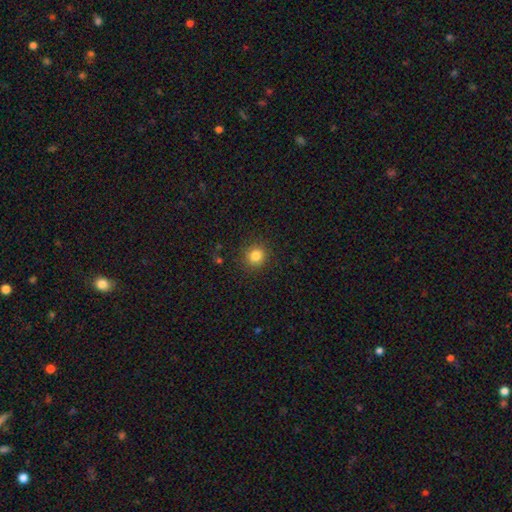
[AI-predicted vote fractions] Smooth or featured? smooth (83%)
How rounded? round (91%)
Merging? none (90%)